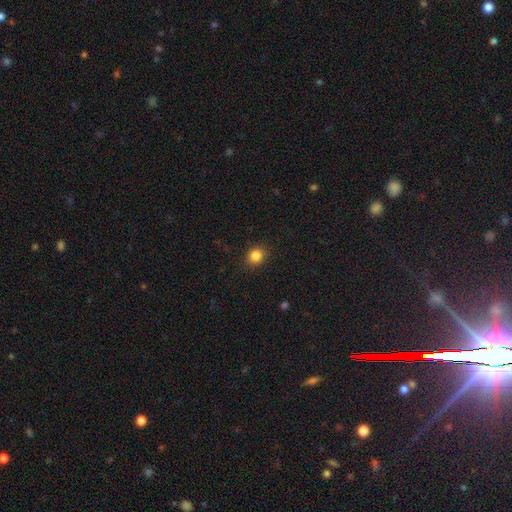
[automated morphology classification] Smooth or featured?
  - smooth: 85% *
  - star or artifact: 11%
  - featured or disk: 4%
How rounded?
  - round: 74% *
  - in between: 25%
  - cigar-shaped: 1%
Merging?
  - none: 90% *
  - minor disturbance: 7%
  - major disturbance: 2%
  - merger: 1%